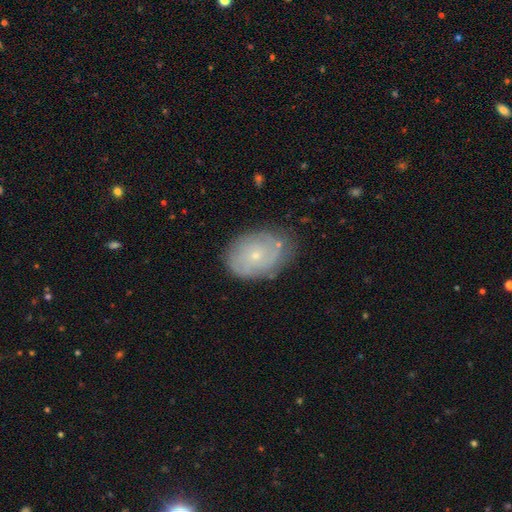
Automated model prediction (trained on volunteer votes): smooth_or_featured: featured or disk (p=0.57) [alt: smooth p=0.35]
disk_edge_on: no (p=0.96) [alt: yes p=0.04]
bar: no (p=0.84) [alt: weak p=0.14]
has_spiral_arms: yes (p=0.72) [alt: no p=0.28]
bulge_size: small (p=0.80) [alt: moderate p=0.16]
merging: none (p=0.70) [alt: minor disturbance p=0.22]